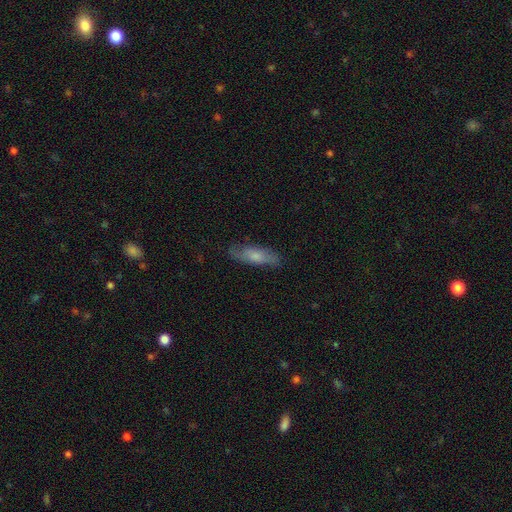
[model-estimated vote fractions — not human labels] A smooth galaxy with no disk features (61%) that is cigar-shaped (54%).

Vote fractions:
- Smooth or featured? smooth: 61% / featured or disk: 32% / star or artifact: 6%
- How rounded? cigar-shaped: 54% / in between: 44% / round: 2%
- Merging? none: 79% / minor disturbance: 16% / major disturbance: 4% / merger: 1%